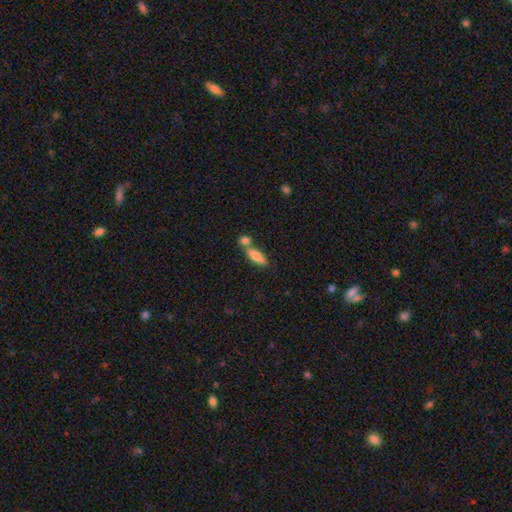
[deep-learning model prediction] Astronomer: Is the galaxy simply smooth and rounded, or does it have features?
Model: smooth — 78%.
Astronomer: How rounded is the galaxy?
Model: in between — 63%.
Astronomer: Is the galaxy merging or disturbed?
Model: none — 44% (runner-up: merger, 41%).